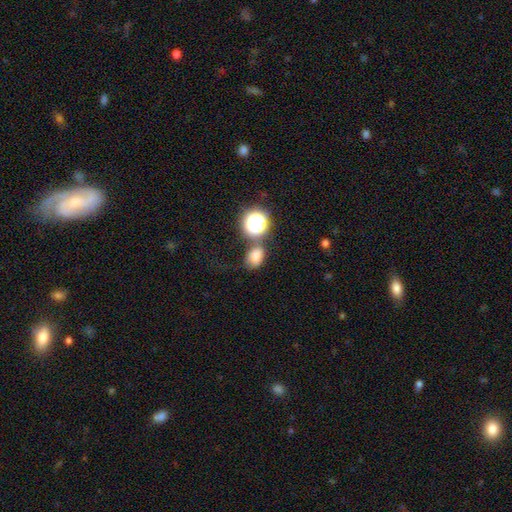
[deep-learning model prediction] This is likely a smooth galaxy (75%). How rounded: likely in between (63%). Merging: possibly none (59%).